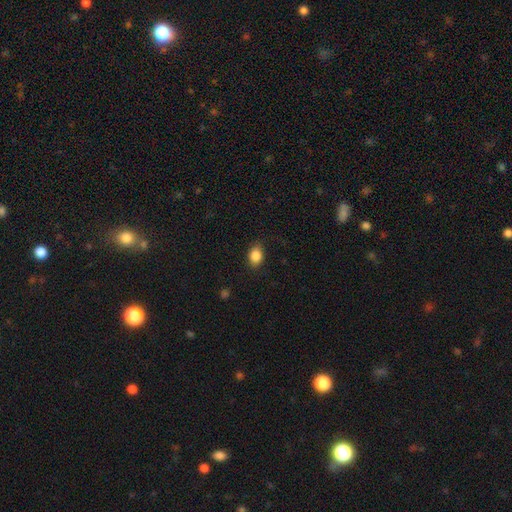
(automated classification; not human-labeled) Overall: smooth (87%). How rounded: in between (67%; round 32%). Merging: none (80%).